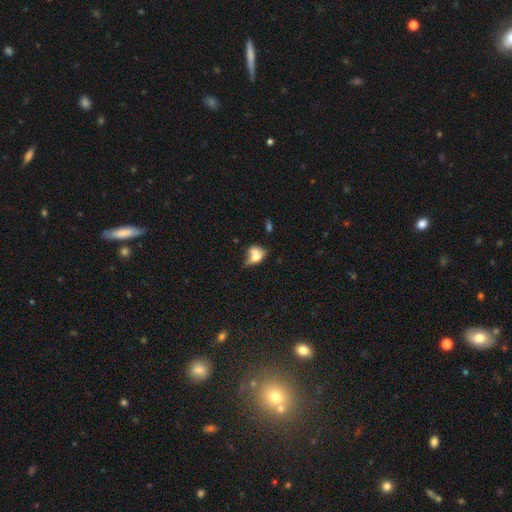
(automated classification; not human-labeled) smooth-or-featured: smooth: 60% | featured or disk: 29% | star or artifact: 11%
  how-rounded: in between: 66% | round: 27% | cigar-shaped: 6%
  merging: merger: 37% | none: 25% | major disturbance: 20% | minor disturbance: 18%